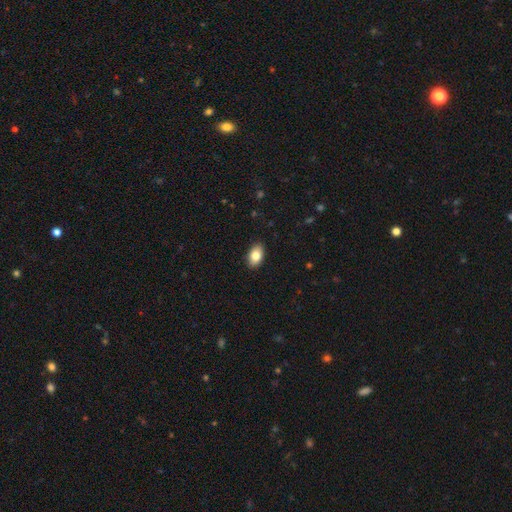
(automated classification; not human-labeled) This is clearly a smooth galaxy (82%). How rounded: clearly in between (90%). Merging: clearly none (89%).